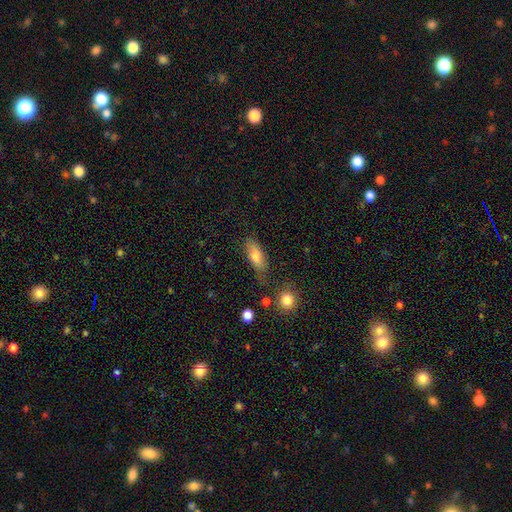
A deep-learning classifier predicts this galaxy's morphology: Smooth or featured? Predicted: smooth (p=0.75). How rounded? Predicted: in between (p=0.69). Merging? Predicted: none (p=0.67).